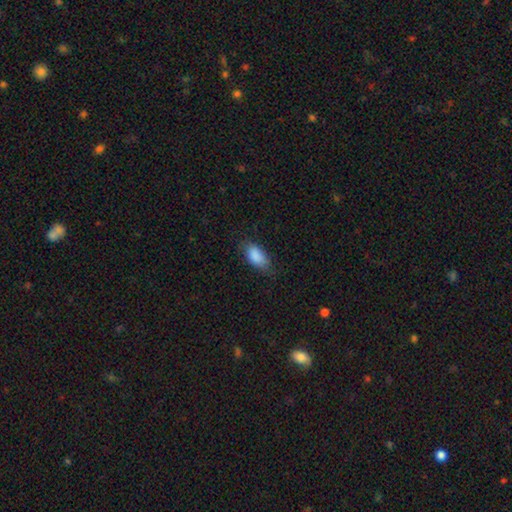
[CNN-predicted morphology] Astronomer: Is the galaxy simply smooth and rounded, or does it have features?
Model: smooth — 88%.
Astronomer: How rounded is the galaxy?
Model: in between — 91%.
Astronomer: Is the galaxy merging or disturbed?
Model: none — 69%.